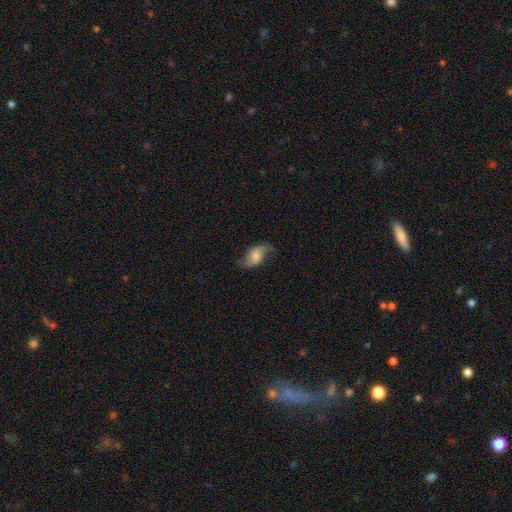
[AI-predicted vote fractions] Overall: featured or disk (69%). Edge-on disk: no (95%). Bar: no (56%; weak 35%). Spiral arms: yes (92%). Spiral arm count: 2 (90%). Spiral winding: loose (80%). Bulge size: moderate (44%; small 31%). Merging: none (69%).